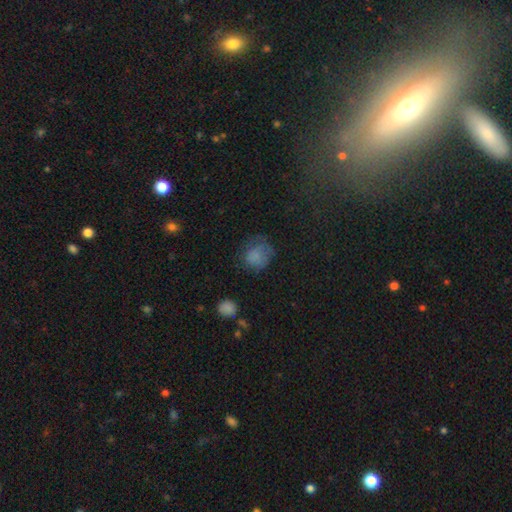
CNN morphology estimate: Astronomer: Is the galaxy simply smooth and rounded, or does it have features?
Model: smooth — 75%.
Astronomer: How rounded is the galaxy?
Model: round — 76%.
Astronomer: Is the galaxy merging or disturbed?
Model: none — 54%.